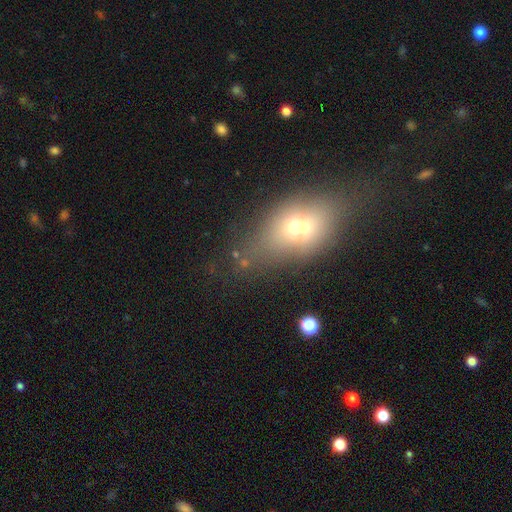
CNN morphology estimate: Smooth or featured?
  - smooth: 54% *
  - featured or disk: 30%
  - star or artifact: 16%
How rounded?
  - in between: 74% *
  - round: 15%
  - cigar-shaped: 11%
Merging?
  - none: 63% *
  - minor disturbance: 22%
  - major disturbance: 11%
  - merger: 4%